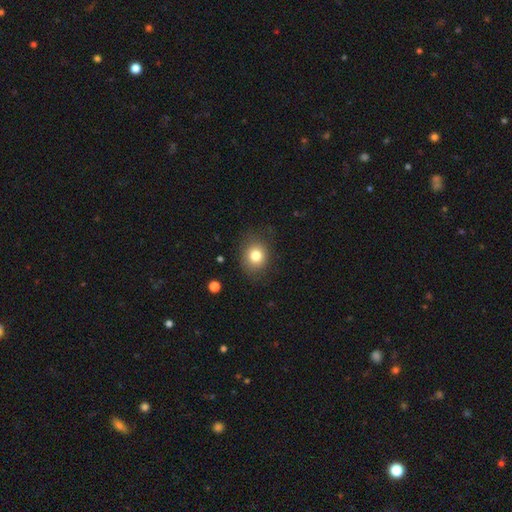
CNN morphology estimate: type=smooth (80%); roundness=round (65%); merging=none (79%).